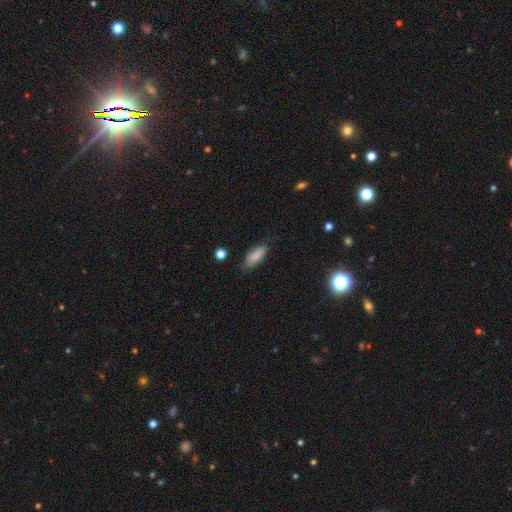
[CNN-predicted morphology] Smooth or featured? Predicted: smooth (p=0.84). How rounded? Predicted: in between (p=0.74). Merging? Predicted: none (p=0.72).